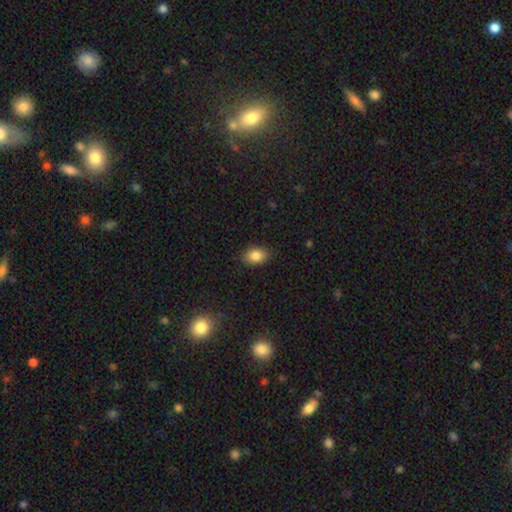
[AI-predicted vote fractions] Smooth or featured? Predicted: smooth (p=0.85). How rounded? Predicted: in between (p=0.81). Merging? Predicted: none (p=0.87).